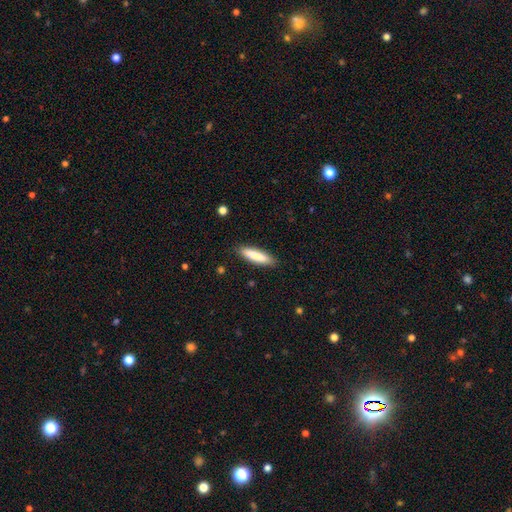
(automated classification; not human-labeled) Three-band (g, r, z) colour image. It shows a smooth galaxy with no disk features (83%) that is cigar-shaped (76%). Merging: none (88%).